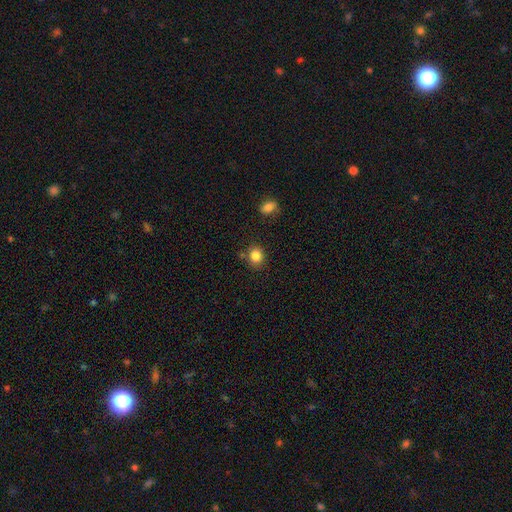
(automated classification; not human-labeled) Smooth or featured? Predicted: smooth (p=0.85). How rounded? Predicted: round (p=0.74). Merging? Predicted: none (p=0.79).